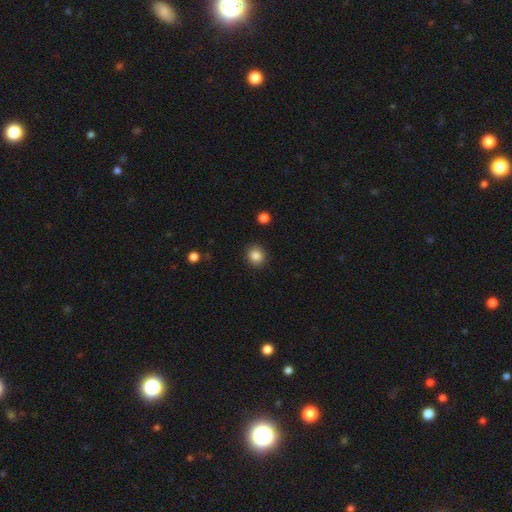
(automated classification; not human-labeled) Morphology: type=smooth (86%); roundness=round (84%); merging=none (90%).